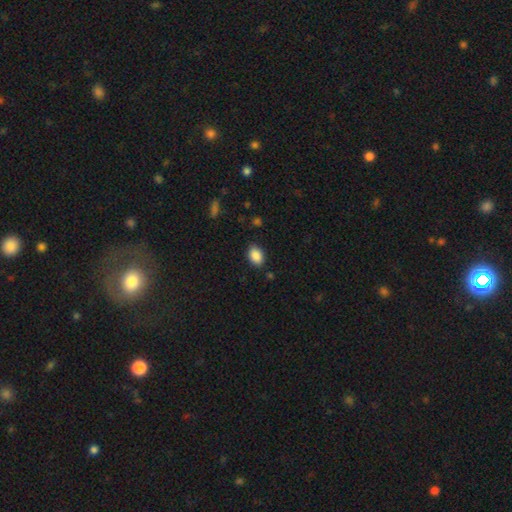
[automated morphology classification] A smooth galaxy with no disk features (88%) that is in between round and cigar-shaped (82%).

Vote fractions:
- Smooth or featured? smooth: 88% / star or artifact: 8% / featured or disk: 4%
- How rounded? in between: 82% / round: 17% / cigar-shaped: 1%
- Merging? none: 85% / minor disturbance: 11% / major disturbance: 3% / merger: 1%